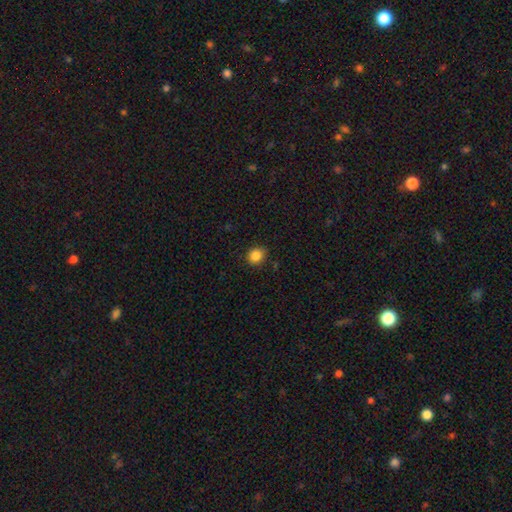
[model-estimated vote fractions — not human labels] Smooth or featured: smooth — 85% (star or artifact — 10%)
How rounded: round — 75% (in between — 24%)
Merging: none — 86% (minor disturbance — 11%)